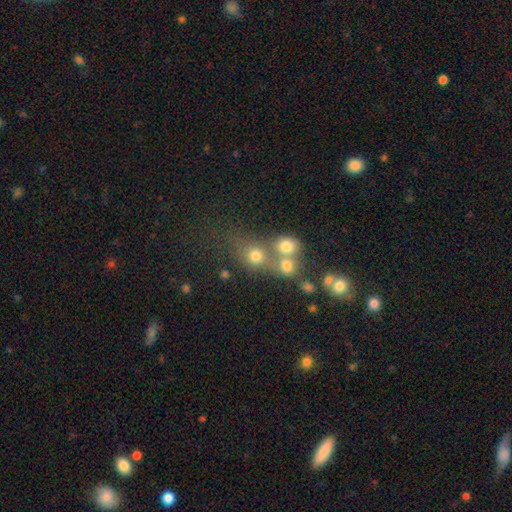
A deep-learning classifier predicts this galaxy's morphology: Q: Smooth or featured?
A: smooth (71%); runner-up: star or artifact (16%)
Q: How rounded?
A: round (75%); runner-up: in between (23%)
Q: Merging?
A: merger (46%); runner-up: none (39%)